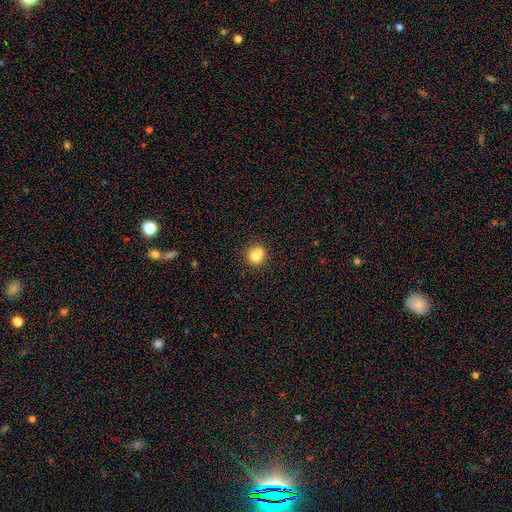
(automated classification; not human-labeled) smooth-or-featured: smooth: 72% | featured or disk: 17% | star or artifact: 11%
  how-rounded: round: 84% | in between: 16% | cigar-shaped: 1%
  merging: none: 47% | merger: 39% | minor disturbance: 10% | major disturbance: 4%